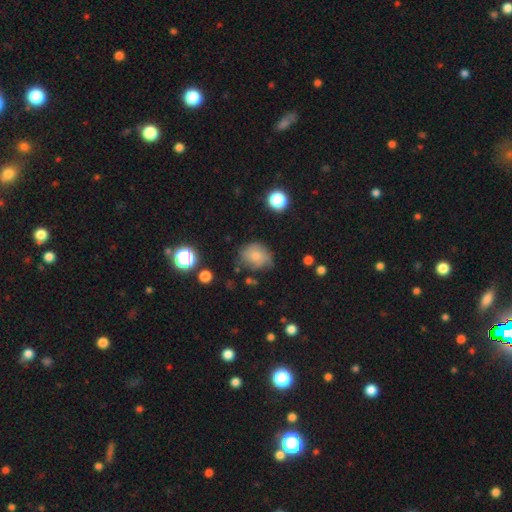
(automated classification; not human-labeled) Smooth or featured? smooth (70%)
How rounded? round (66%)
Merging? none (57%)